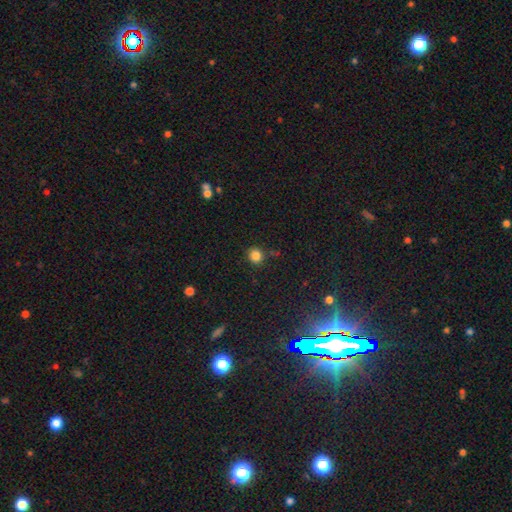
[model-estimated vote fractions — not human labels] The model was most divided on "smooth or featured": smooth: 84%, star or artifact: 12%, featured or disk: 4%. More confident: how rounded — round (90%); merging — none (84%).